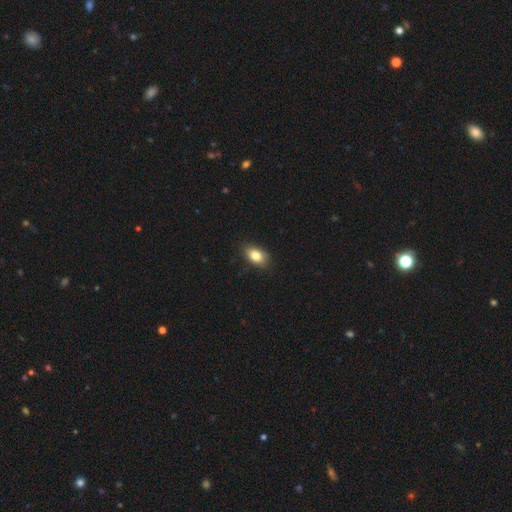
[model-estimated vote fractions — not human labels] This is clearly a smooth galaxy (83%). How rounded: clearly in between (87%). Merging: clearly none (85%).